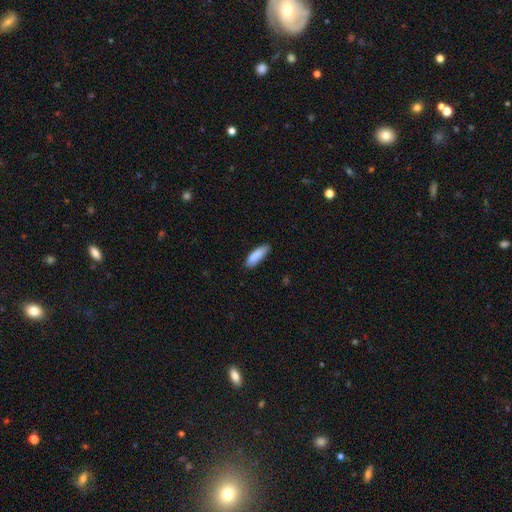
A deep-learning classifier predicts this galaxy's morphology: This is clearly a smooth galaxy (88%). How rounded: possibly in between (52%). Merging: likely none (79%).